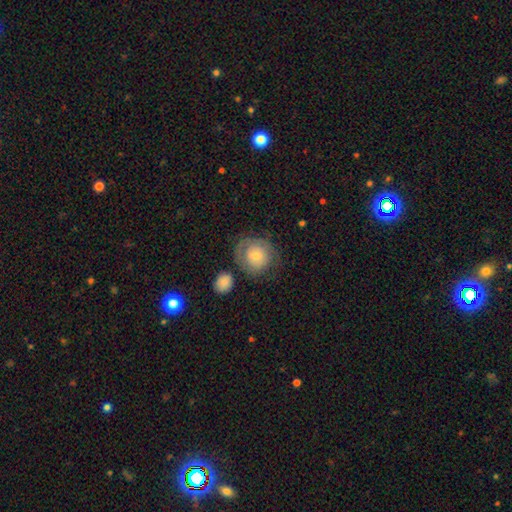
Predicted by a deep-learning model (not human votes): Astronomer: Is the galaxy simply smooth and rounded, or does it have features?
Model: smooth — 58% (runner-up: featured or disk, 34%).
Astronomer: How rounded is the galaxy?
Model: round — 83%.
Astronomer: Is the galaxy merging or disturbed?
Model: none — 62%.